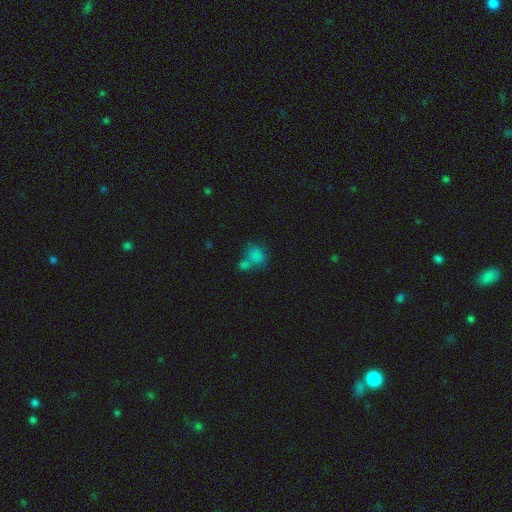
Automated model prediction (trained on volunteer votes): Smooth or featured?
  - smooth: 78% *
  - star or artifact: 12%
  - featured or disk: 9%
How rounded?
  - round: 62% *
  - in between: 37%
  - cigar-shaped: 1%
Merging?
  - merger: 46% *
  - none: 36%
  - minor disturbance: 11%
  - major disturbance: 7%